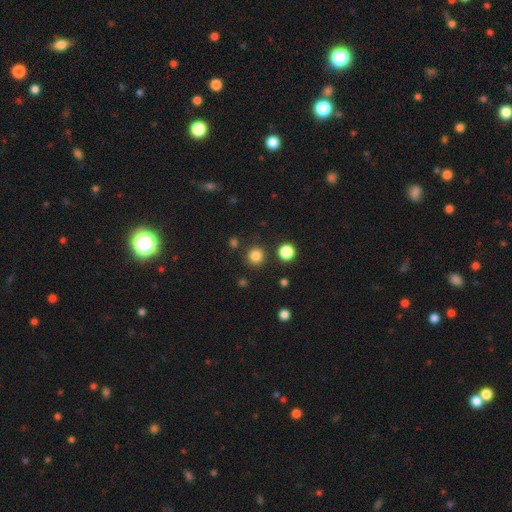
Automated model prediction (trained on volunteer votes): This appears to be a smooth galaxy with no disk features (83%) that is round (94%). Merging: none (88%).